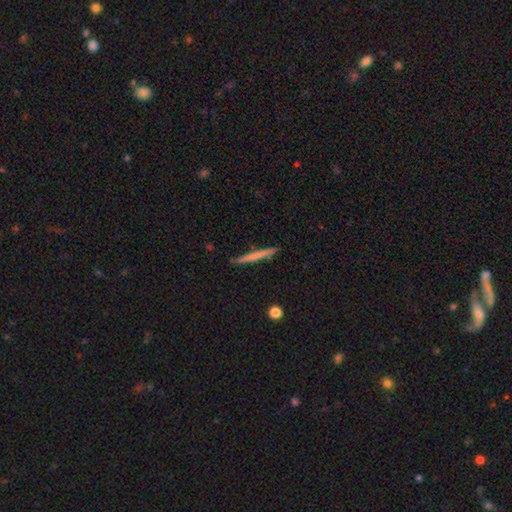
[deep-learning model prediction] Q: Smooth or featured?
A: smooth (58%); runner-up: featured or disk (36%)
Q: How rounded?
A: cigar-shaped (96%); runner-up: in between (2%)
Q: Merging?
A: none (88%); runner-up: minor disturbance (9%)